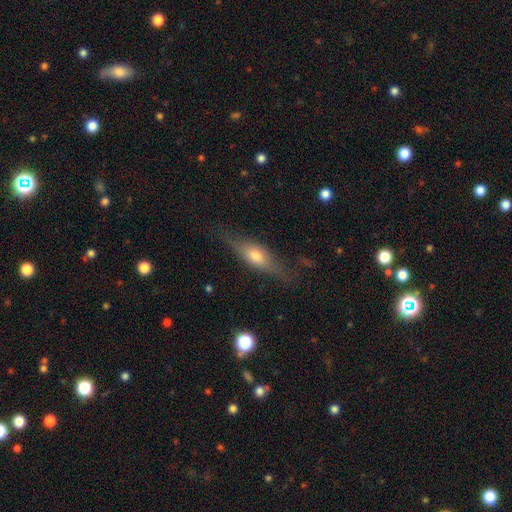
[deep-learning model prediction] Smooth or featured? featured or disk (47%)
Merging? none (73%)